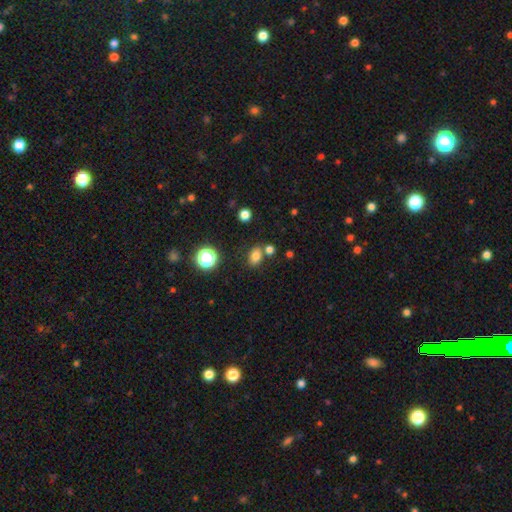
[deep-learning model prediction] This appears to be a smooth galaxy with no disk features (78%) that is in between round and cigar-shaped (69%). Merging: none (67%).